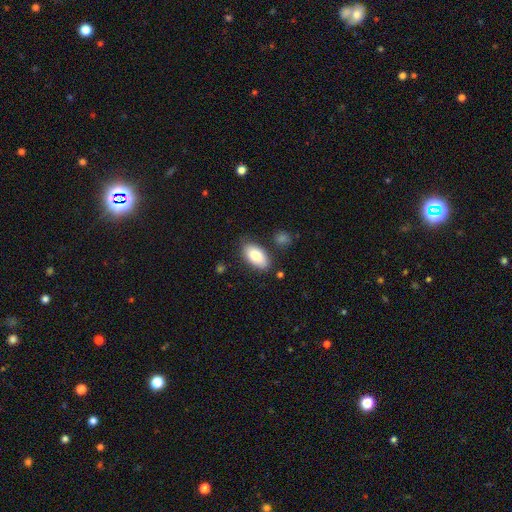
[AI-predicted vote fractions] Smooth or featured?
  - smooth: 83% *
  - featured or disk: 11%
  - star or artifact: 6%
How rounded?
  - in between: 94% *
  - cigar-shaped: 3%
  - round: 3%
Merging?
  - none: 80% *
  - minor disturbance: 13%
  - merger: 3%
  - major disturbance: 3%